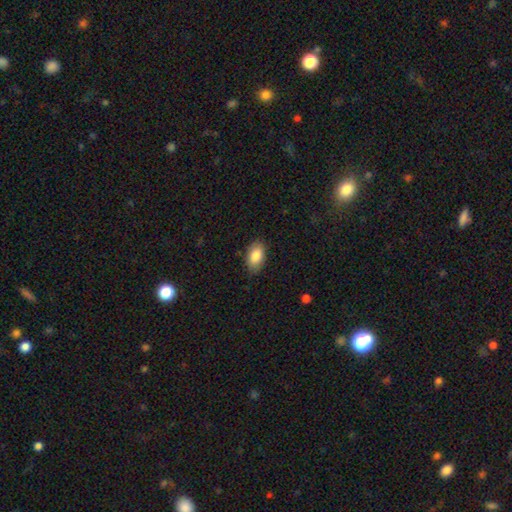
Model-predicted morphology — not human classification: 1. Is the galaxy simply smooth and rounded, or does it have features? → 85% smooth, 8% featured or disk, 7% star or artifact.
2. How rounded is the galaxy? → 93% in between, 5% round, 2% cigar-shaped.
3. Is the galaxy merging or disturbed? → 85% none, 12% minor disturbance, 3% major disturbance, 1% merger.